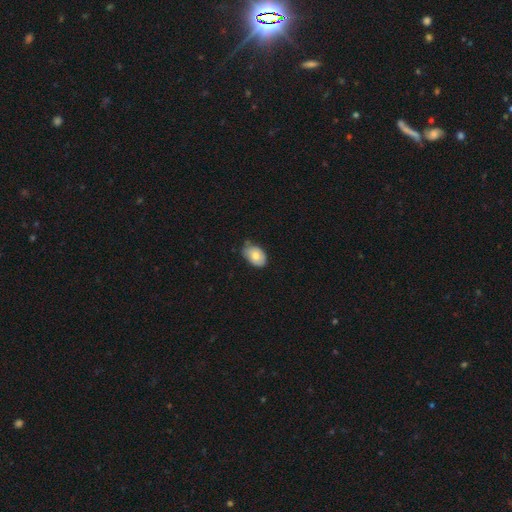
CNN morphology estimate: smooth-or-featured: smooth: 72% | featured or disk: 21% | star or artifact: 7%
  how-rounded: in between: 85% | round: 14% | cigar-shaped: 1%
  merging: none: 63% | minor disturbance: 31% | major disturbance: 4% | merger: 2%